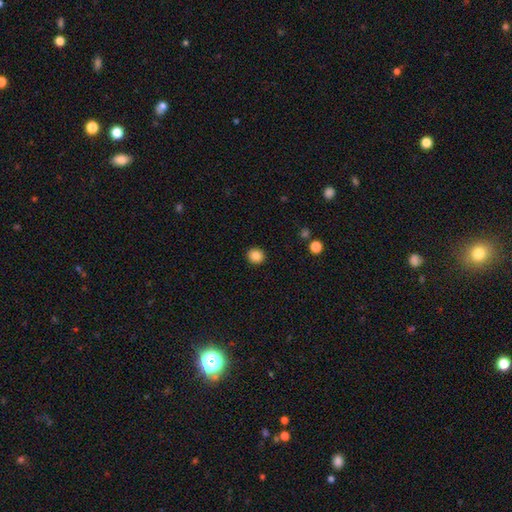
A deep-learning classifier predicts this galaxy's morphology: Q: Smooth or featured?
A: smooth (85%); runner-up: star or artifact (10%)
Q: How rounded?
A: round (90%); runner-up: in between (10%)
Q: Merging?
A: none (93%); runner-up: minor disturbance (5%)